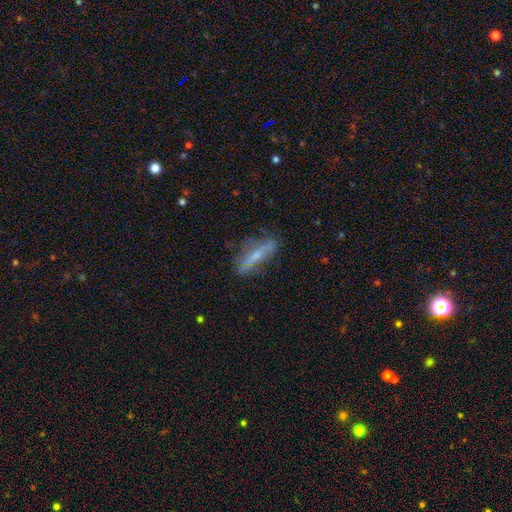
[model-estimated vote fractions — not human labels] The model was most divided on "smooth or featured": featured or disk: 53%, smooth: 38%, star or artifact: 8%. More confident: merging — none (73%); edge-on disk — yes (61%).